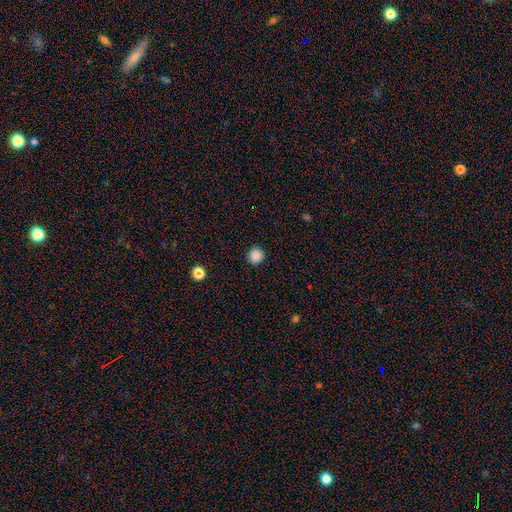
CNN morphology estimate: This is clearly a smooth galaxy (87%). How rounded: clearly round (94%). Merging: clearly none (91%).